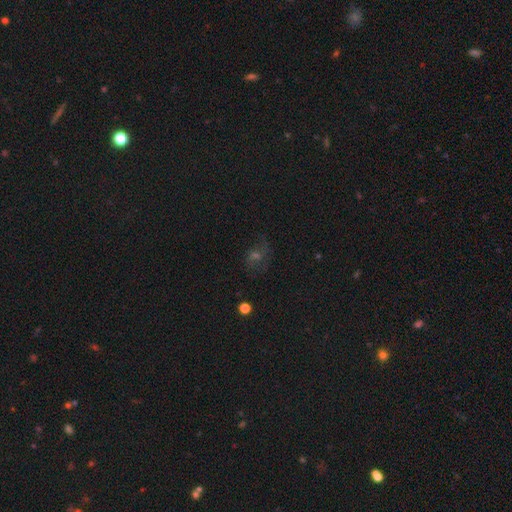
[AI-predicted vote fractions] A featured or disk galaxy (38%). Merging: none (64%).